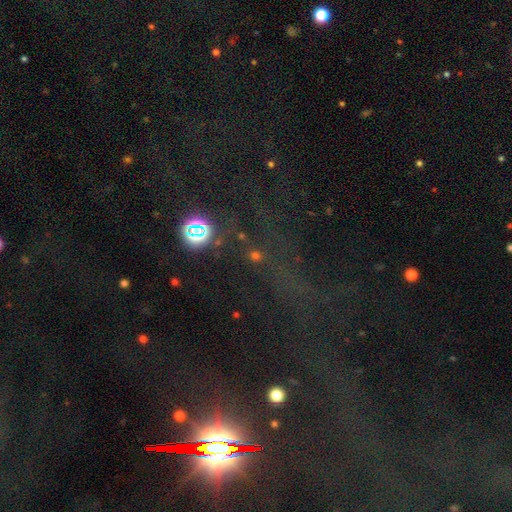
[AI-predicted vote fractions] Smooth or featured? Predicted: star or artifact (p=0.61).